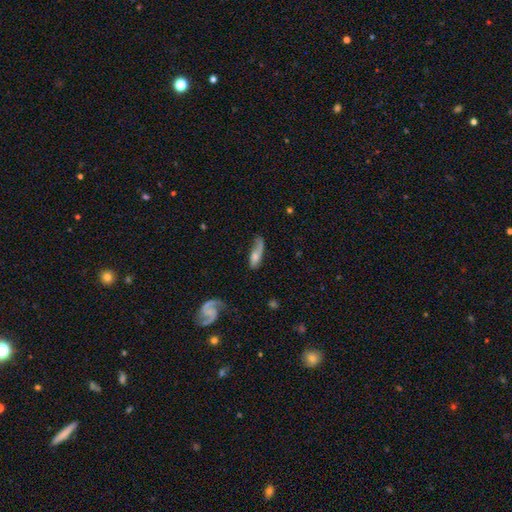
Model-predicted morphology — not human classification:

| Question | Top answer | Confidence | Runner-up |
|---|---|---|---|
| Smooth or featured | smooth | 53% | featured or disk (39%) |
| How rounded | in between | 55% | cigar-shaped (42%) |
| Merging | none | 33% | major disturbance (31%) |